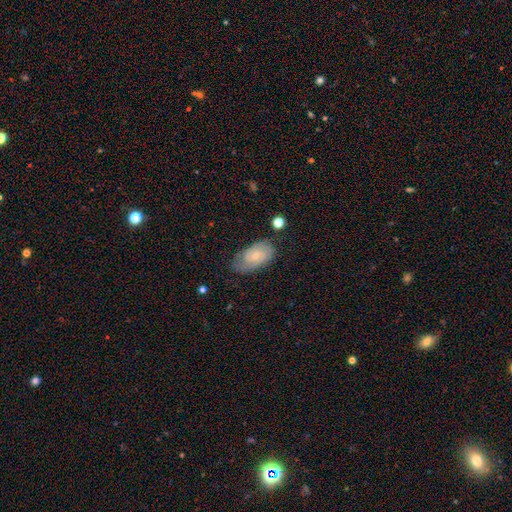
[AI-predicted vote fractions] This is likely a featured or disk galaxy (64%). It is clearly not viewed edge-on (95%). Bar: likely no (61%). Spiral arm pattern: clearly yes (89%). Spiral arm count: possibly 2 (57%). Spiral winding: possibly tight (54%). Central bulge: likely small (68%). Merging: likely none (68%).